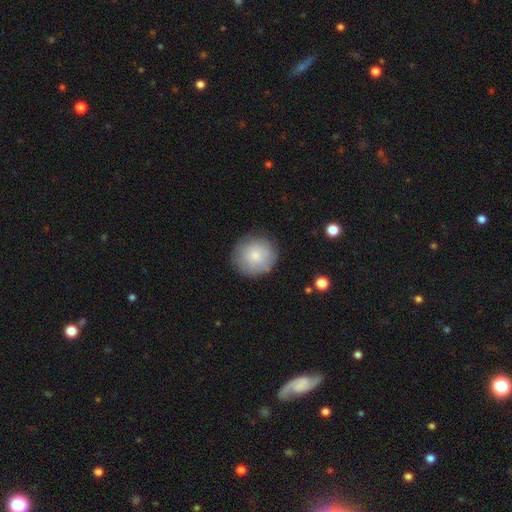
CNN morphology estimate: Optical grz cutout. It shows a smooth galaxy with no disk features (81%) that is round (91%). Merging: none (85%).